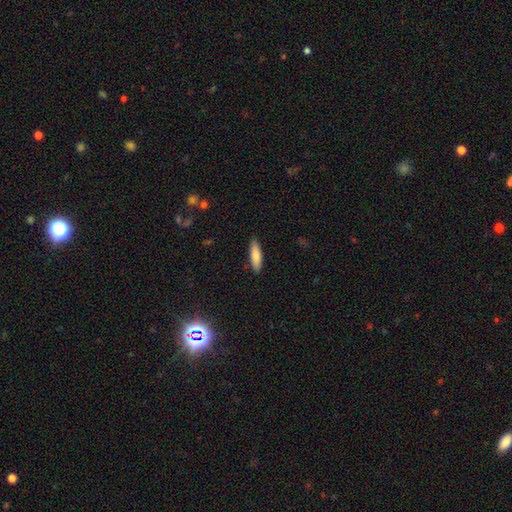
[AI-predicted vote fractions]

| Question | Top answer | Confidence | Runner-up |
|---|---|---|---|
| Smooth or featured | smooth | 80% | featured or disk (14%) |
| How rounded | cigar-shaped | 64% | in between (34%) |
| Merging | none | 89% | minor disturbance (8%) |